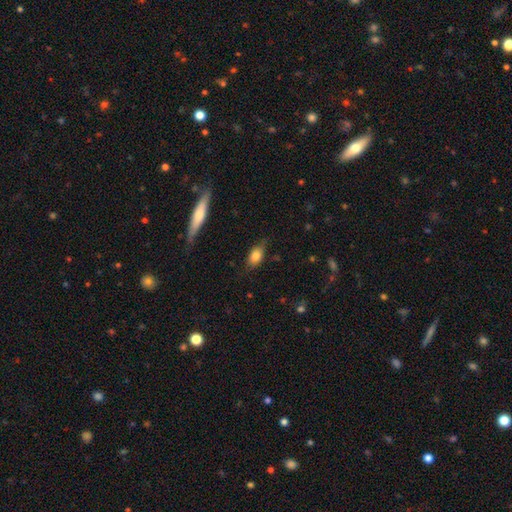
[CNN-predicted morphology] type=smooth (81%); roundness=in between (83%); merging=none (70%).